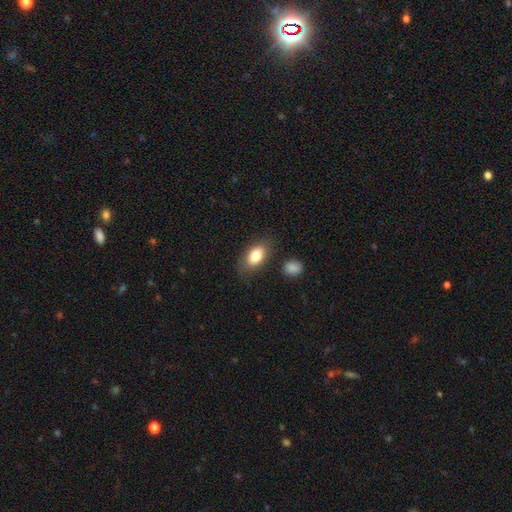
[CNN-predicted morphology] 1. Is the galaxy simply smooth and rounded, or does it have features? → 82% smooth, 11% featured or disk, 7% star or artifact.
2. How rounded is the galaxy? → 89% in between, 8% round, 3% cigar-shaped.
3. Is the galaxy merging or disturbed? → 77% none, 14% minor disturbance, 4% major disturbance, 4% merger.